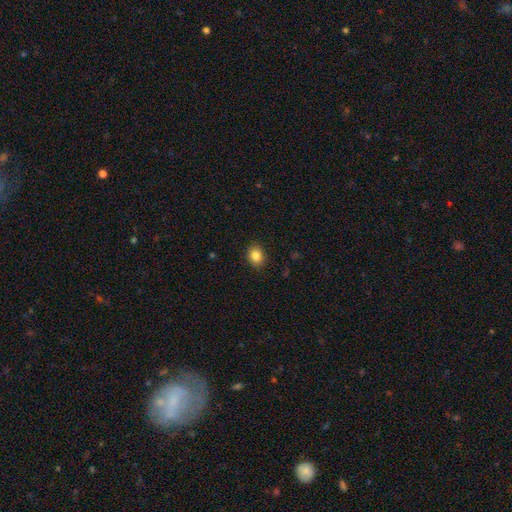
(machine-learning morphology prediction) Smooth or featured?
  - smooth: 85% *
  - star or artifact: 10%
  - featured or disk: 5%
How rounded?
  - round: 58% *
  - in between: 41%
  - cigar-shaped: 1%
Merging?
  - none: 89% *
  - minor disturbance: 8%
  - major disturbance: 2%
  - merger: 1%